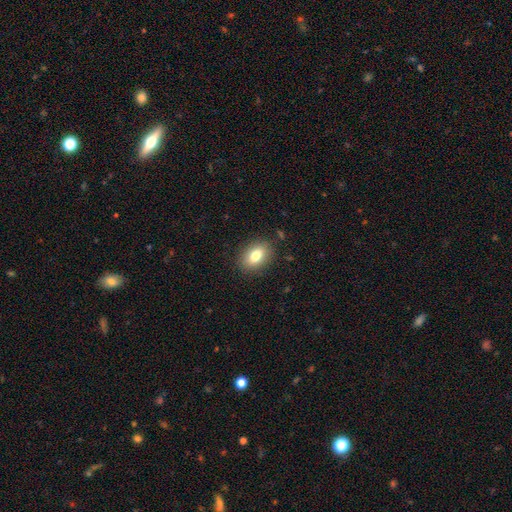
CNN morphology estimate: Smooth or featured? Predicted: smooth (p=0.79). How rounded? Predicted: in between (p=0.81). Merging? Predicted: none (p=0.86).